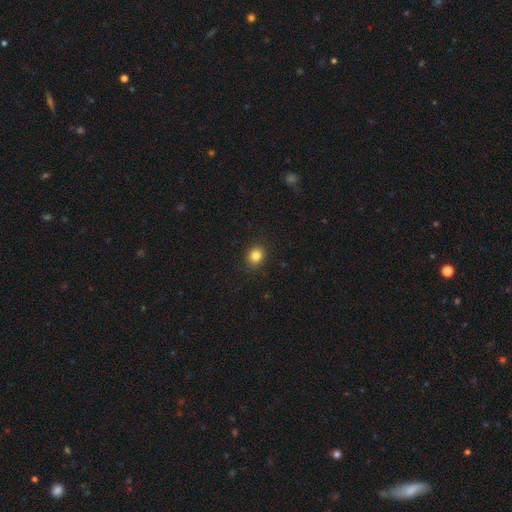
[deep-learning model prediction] smooth-or-featured: smooth: 83% | star or artifact: 11% | featured or disk: 6%
  how-rounded: round: 68% | in between: 31% | cigar-shaped: 1%
  merging: none: 89% | minor disturbance: 8% | major disturbance: 2% | merger: 1%